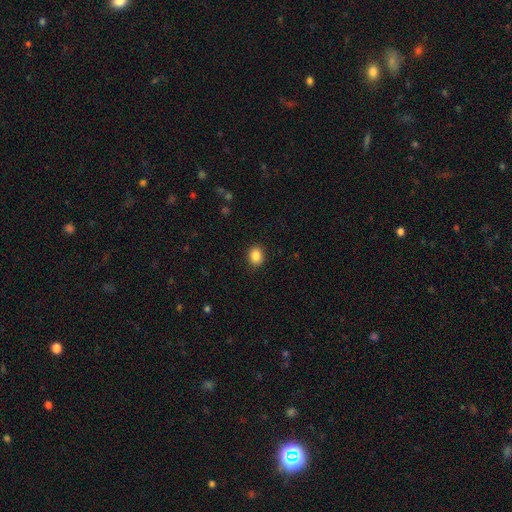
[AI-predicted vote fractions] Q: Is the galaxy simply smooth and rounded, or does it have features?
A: smooth — 87%.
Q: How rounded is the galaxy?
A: in between — 52%.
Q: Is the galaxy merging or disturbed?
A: none — 89%.